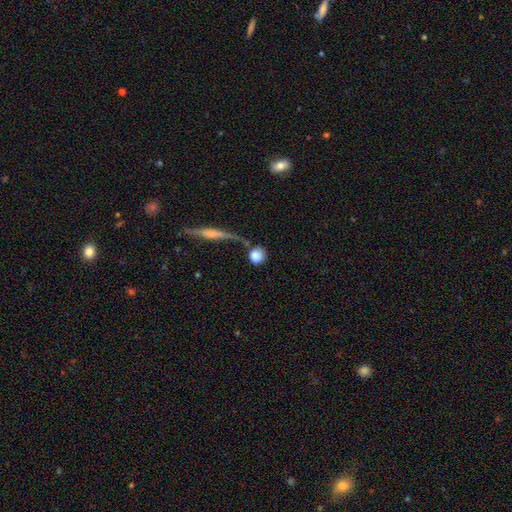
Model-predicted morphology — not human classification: This appears to be a smooth galaxy with no disk features (83%) that is round (86%). Merging: none (57%).